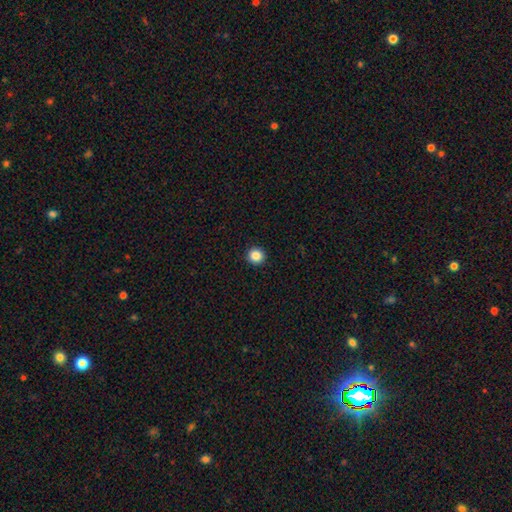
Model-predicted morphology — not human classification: This appears to be a smooth galaxy with no disk features (87%) that is round (95%). Merging: none (94%).